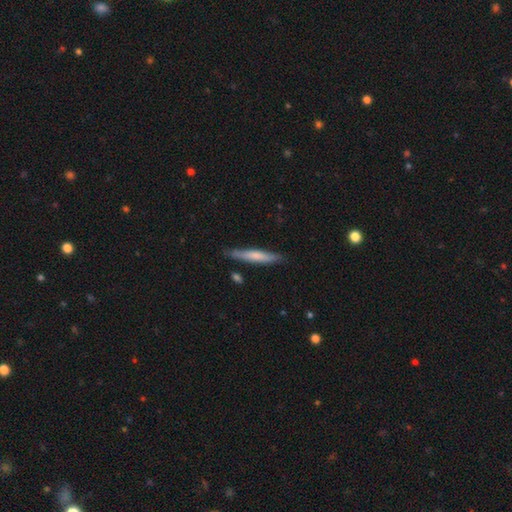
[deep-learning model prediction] A smooth galaxy with no disk features (64%) that is cigar-shaped (93%).

Vote fractions:
- Smooth or featured? smooth: 64% / featured or disk: 31% / star or artifact: 5%
- How rounded? cigar-shaped: 93% / in between: 6% / round: 1%
- Merging? none: 83% / minor disturbance: 13% / major disturbance: 2% / merger: 2%